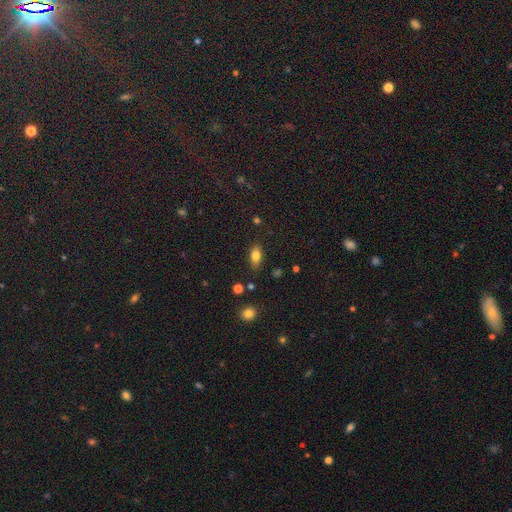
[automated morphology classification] The model was most divided on "merging": none: 79%, minor disturbance: 15%, major disturbance: 3%, merger: 2%. More confident: how rounded — in between (83%); smooth or featured — smooth (78%).